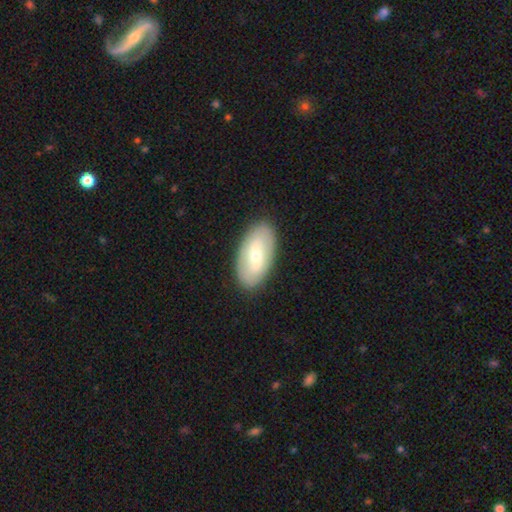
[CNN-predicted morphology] This is possibly a smooth galaxy (49%). Merging: clearly none (89%).